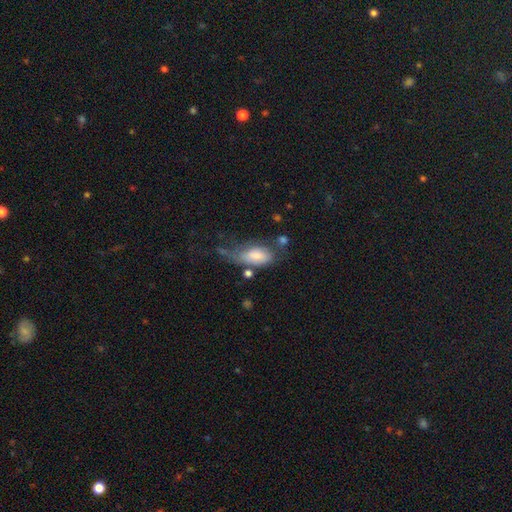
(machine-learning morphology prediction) This is likely a smooth galaxy (73%). How rounded: clearly in between (91%). Merging: marginally major disturbance (36%).